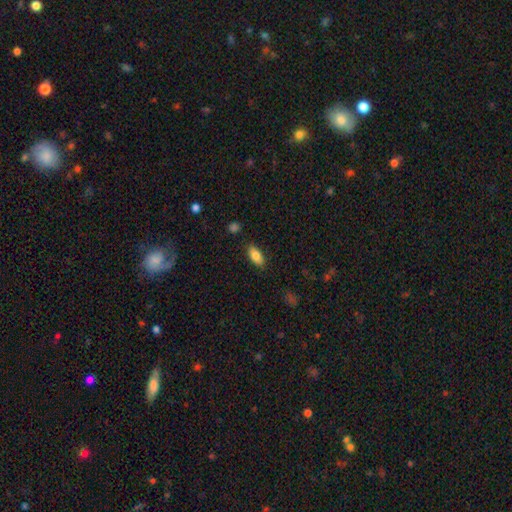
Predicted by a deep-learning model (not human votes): This appears to be a smooth galaxy with no disk features (82%) that is in between round and cigar-shaped (89%). Merging: none (85%).